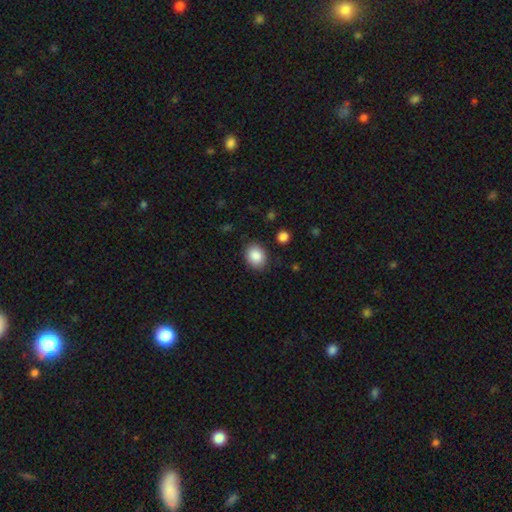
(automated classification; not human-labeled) Q: Smooth or featured?
A: smooth (87%); runner-up: star or artifact (8%)
Q: How rounded?
A: in between (54%); runner-up: round (45%)
Q: Merging?
A: none (85%); runner-up: minor disturbance (10%)